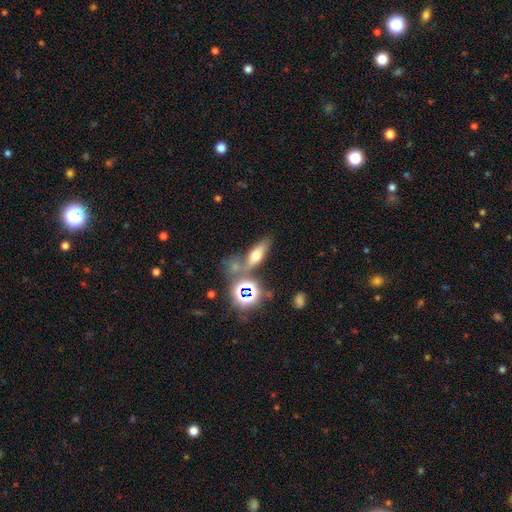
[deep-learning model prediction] This is possibly a smooth galaxy (53%). How rounded: possibly in between (52%). Merging: likely none (60%).